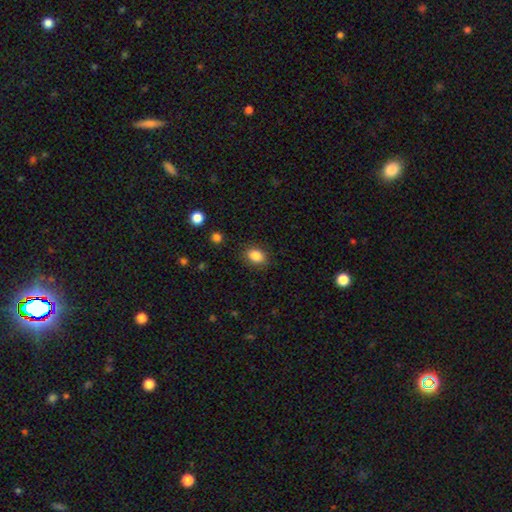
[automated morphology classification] Smooth or featured?
  - smooth: 86% *
  - star or artifact: 9%
  - featured or disk: 5%
How rounded?
  - in between: 68% *
  - round: 31%
  - cigar-shaped: 1%
Merging?
  - none: 85% *
  - minor disturbance: 11%
  - major disturbance: 3%
  - merger: 1%